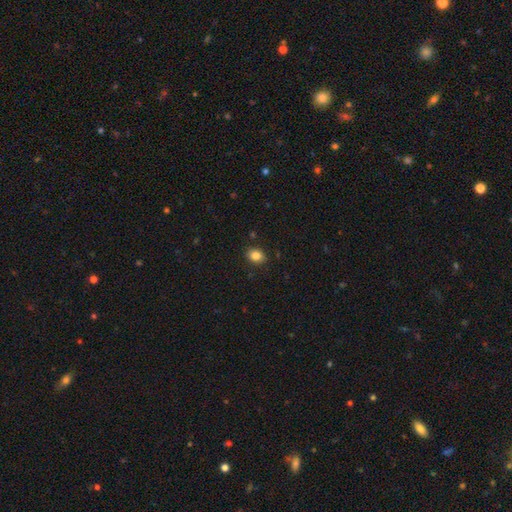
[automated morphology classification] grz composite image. It shows a smooth galaxy with no disk features (85%) that is in between round and cigar-shaped (64%). Merging: none (88%).